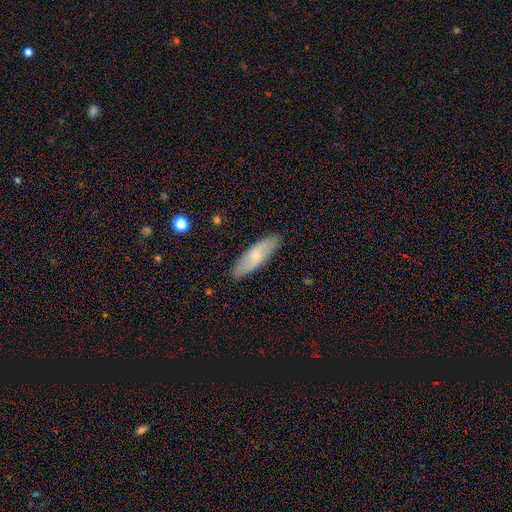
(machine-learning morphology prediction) Smooth or featured?
  - smooth: 58% *
  - featured or disk: 36%
  - star or artifact: 6%
How rounded?
  - in between: 50% *
  - cigar-shaped: 47%
  - round: 2%
Merging?
  - none: 86% *
  - minor disturbance: 11%
  - major disturbance: 2%
  - merger: 1%